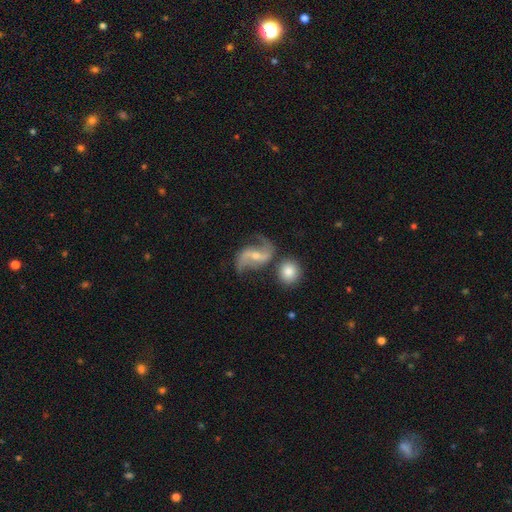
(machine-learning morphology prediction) The model was most divided on "bulge size": small: 50%, moderate: 44%, none: 3%, large: 2%, dominant: 1%. Remaining: edge-on disk — no (97%); spiral arms — yes (96%); spiral arm count — 2 (92%); smooth or featured — featured or disk (88%); spiral winding — loose (64%); merging — none (63%); bar — weak (43%).